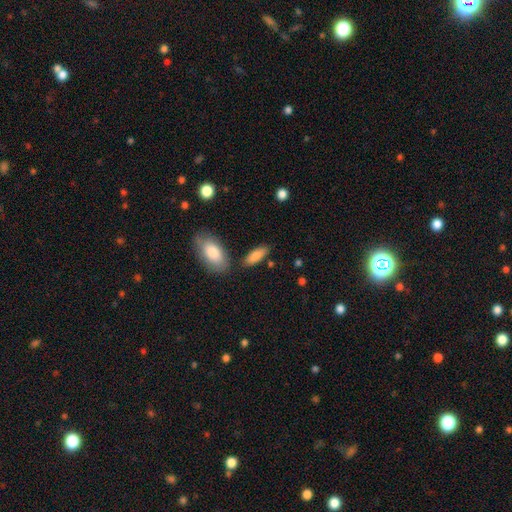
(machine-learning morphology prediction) smooth_or_featured: smooth (p=0.84) [alt: featured or disk p=0.10]
how_rounded: in between (p=0.75) [alt: cigar-shaped p=0.23]
merging: none (p=0.77) [alt: minor disturbance p=0.12]